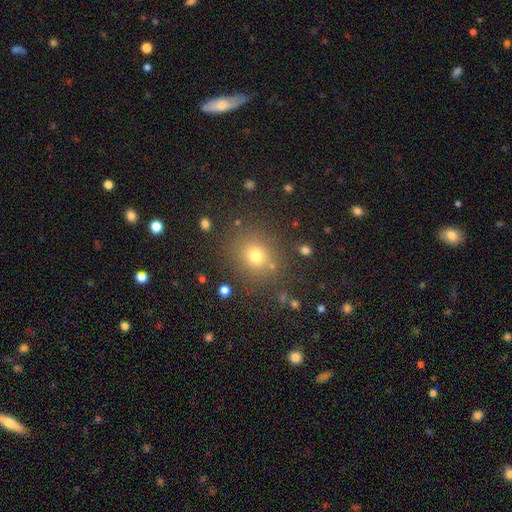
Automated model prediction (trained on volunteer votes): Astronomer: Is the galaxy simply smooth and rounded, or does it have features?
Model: smooth — 72%.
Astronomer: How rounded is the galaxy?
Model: round — 82%.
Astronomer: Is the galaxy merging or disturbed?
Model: none — 84%.